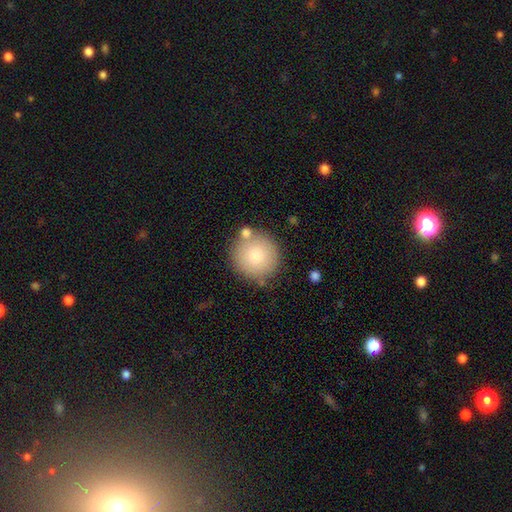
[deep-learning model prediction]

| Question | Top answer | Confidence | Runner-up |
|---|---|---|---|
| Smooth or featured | smooth | 82% | featured or disk (10%) |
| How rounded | round | 95% | in between (5%) |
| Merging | none | 76% | minor disturbance (12%) |